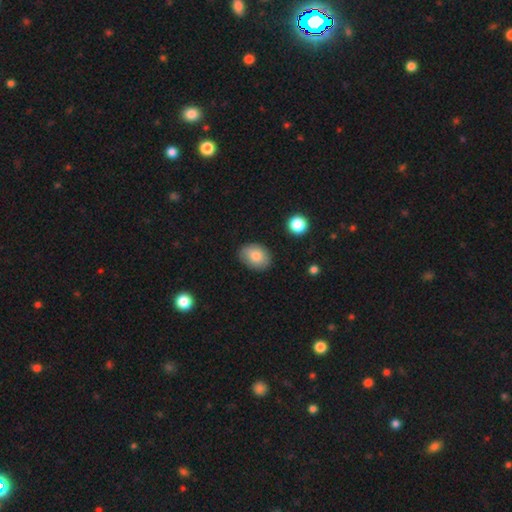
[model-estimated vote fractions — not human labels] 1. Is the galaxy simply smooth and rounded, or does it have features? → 82% smooth, 11% featured or disk, 8% star or artifact.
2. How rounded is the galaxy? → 71% in between, 28% round, 1% cigar-shaped.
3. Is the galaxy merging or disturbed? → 83% none, 13% minor disturbance, 3% major disturbance, 2% merger.